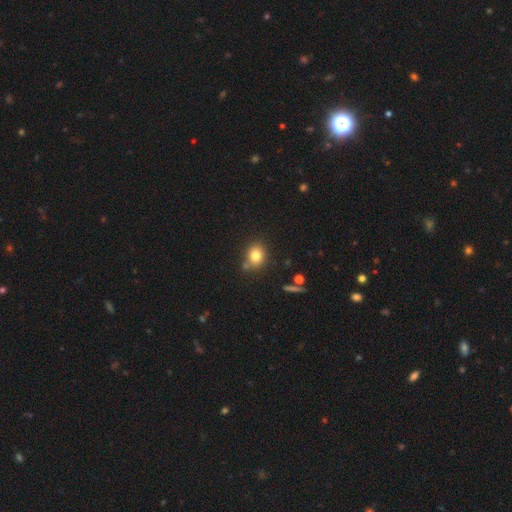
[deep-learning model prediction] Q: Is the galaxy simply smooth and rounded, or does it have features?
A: smooth — 80%.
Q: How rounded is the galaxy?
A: round — 63%.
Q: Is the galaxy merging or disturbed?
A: none — 75%.